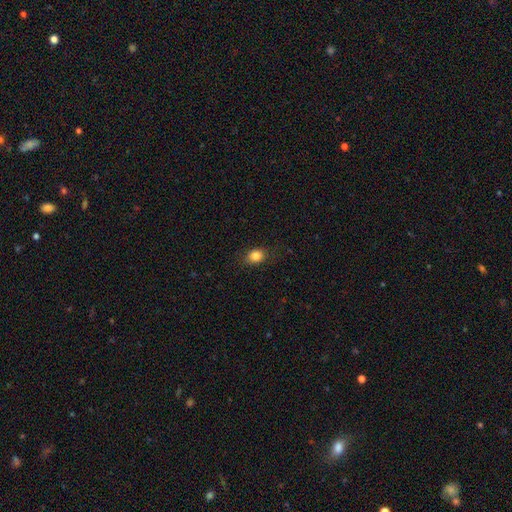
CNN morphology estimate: Smooth or featured? smooth (84%)
How rounded? in between (56%)
Merging? none (82%)